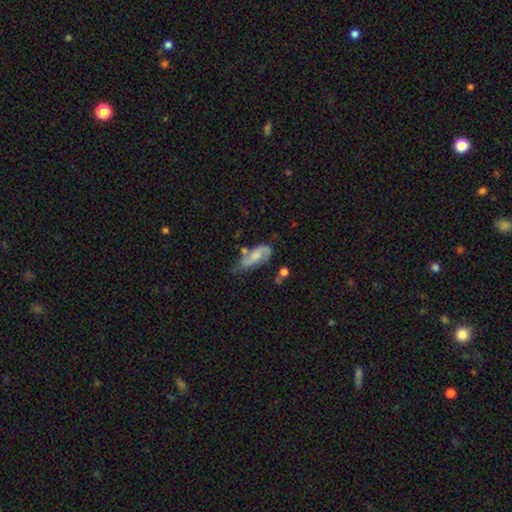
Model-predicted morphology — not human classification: Smooth or featured? featured or disk (50%)
Merging? none (41%)